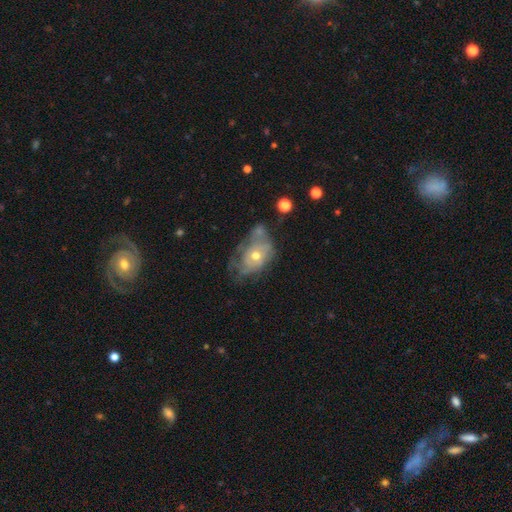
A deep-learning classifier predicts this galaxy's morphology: This is possibly a featured or disk galaxy (60%). It is clearly not viewed edge-on (95%). Bar: clearly no (85%). Spiral arm pattern: possibly no (51%). Central bulge: likely moderate (64%). Merging: marginally none (31%).